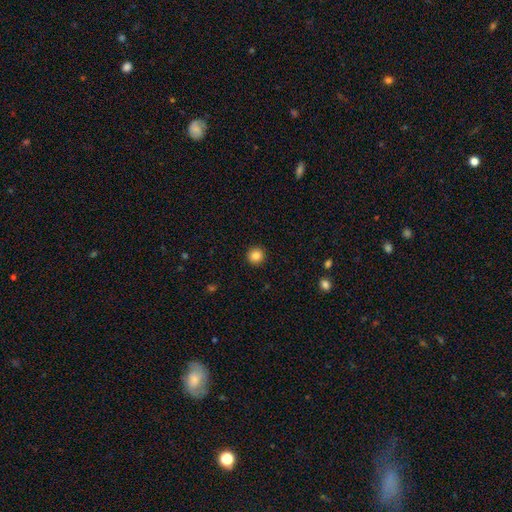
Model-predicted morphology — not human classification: type=smooth (85%); roundness=round (95%); merging=none (93%).